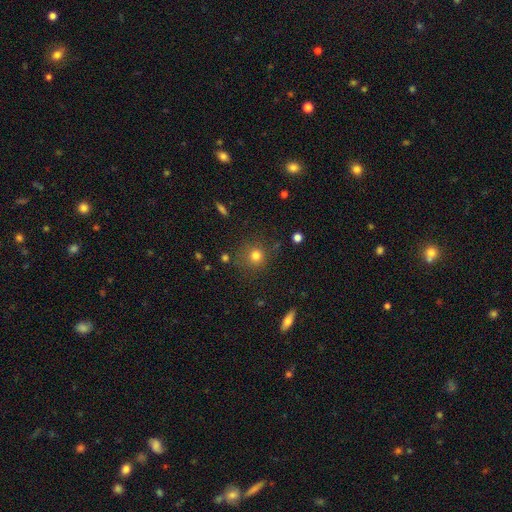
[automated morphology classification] This appears to be a smooth galaxy with no disk features (78%) that is round (91%). Merging: none (81%).